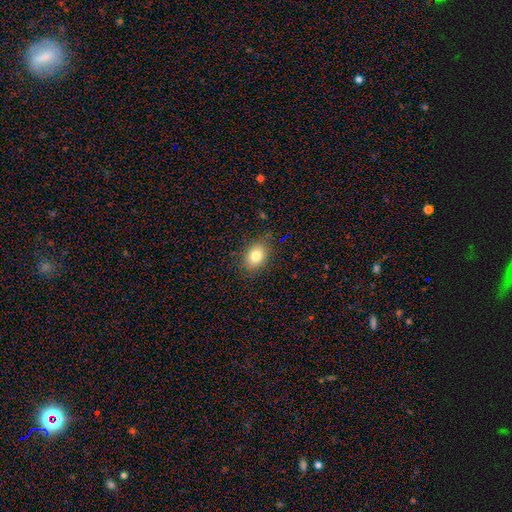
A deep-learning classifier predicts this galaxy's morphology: smooth_or_featured: smooth (p=0.81) [alt: star or artifact p=0.10]
how_rounded: in between (p=0.67) [alt: round p=0.31]
merging: none (p=0.83) [alt: minor disturbance p=0.13]